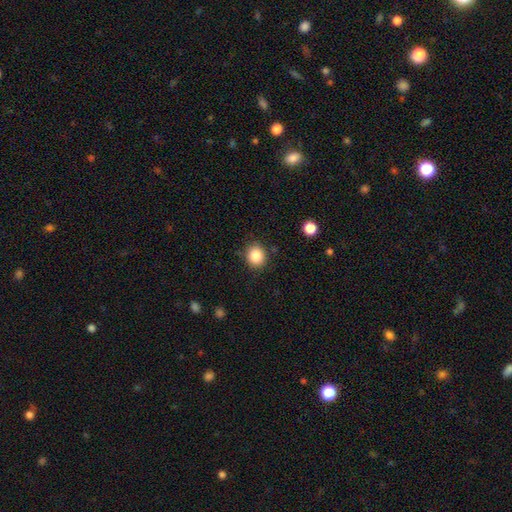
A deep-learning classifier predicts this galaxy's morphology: smooth_or_featured: smooth (p=0.86) [alt: star or artifact p=0.10]
how_rounded: round (p=0.75) [alt: in between p=0.24]
merging: none (p=0.86) [alt: minor disturbance p=0.10]